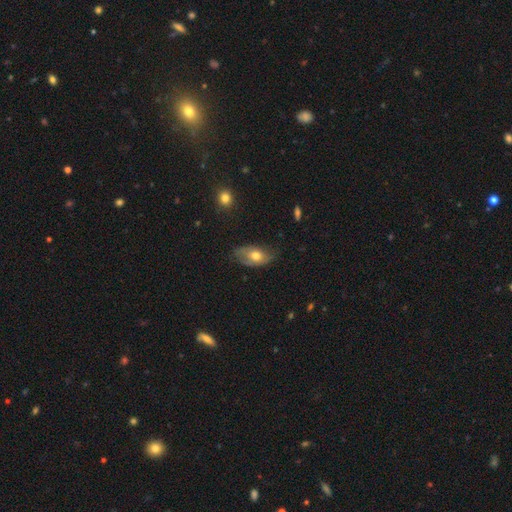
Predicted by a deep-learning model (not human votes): Smooth or featured? smooth (55%)
How rounded? in between (89%)
Merging? none (54%)